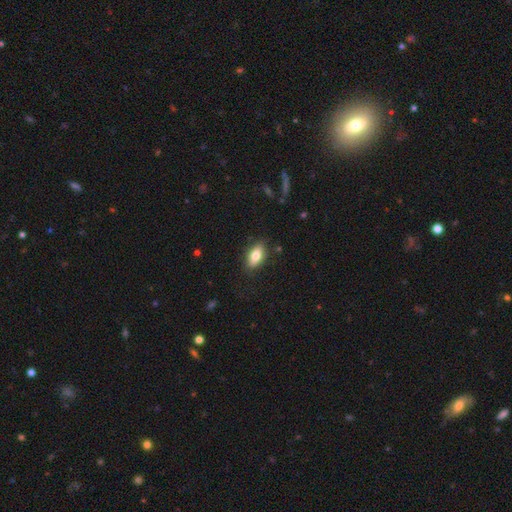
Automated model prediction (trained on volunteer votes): Smooth or featured?
  - smooth: 72% *
  - featured or disk: 21%
  - star or artifact: 7%
How rounded?
  - in between: 84% *
  - cigar-shaped: 11%
  - round: 5%
Merging?
  - none: 83% *
  - minor disturbance: 13%
  - major disturbance: 3%
  - merger: 1%